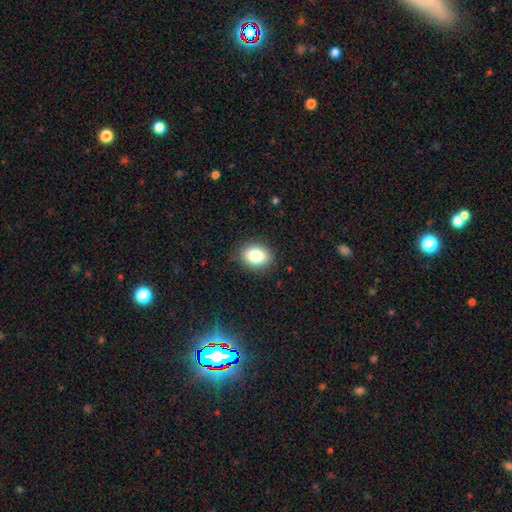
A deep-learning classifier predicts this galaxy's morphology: The model was most divided on "how rounded": in between: 65%, round: 33%, cigar-shaped: 1%. More confident: merging — none (86%); smooth or featured — smooth (82%).